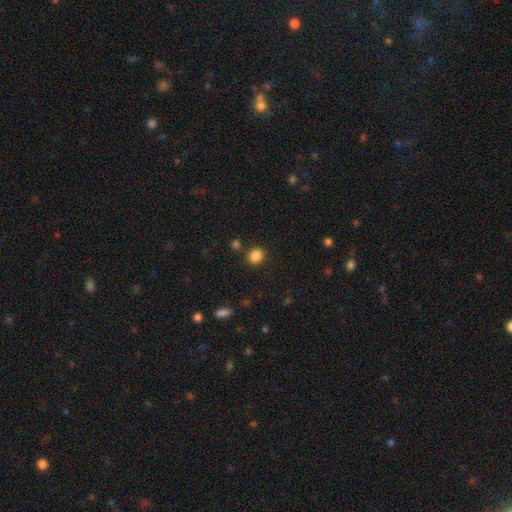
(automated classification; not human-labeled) smooth-or-featured: smooth: 86% | star or artifact: 10% | featured or disk: 4%
  how-rounded: round: 72% | in between: 27% | cigar-shaped: 1%
  merging: none: 84% | minor disturbance: 8% | merger: 5% | major disturbance: 3%